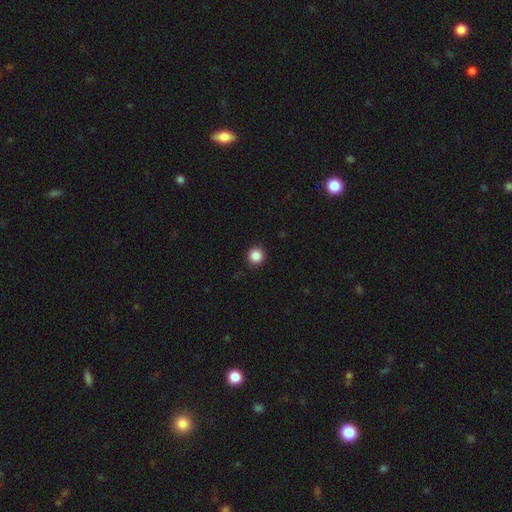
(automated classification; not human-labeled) Overall: smooth (86%). How rounded: round (95%). Merging: none (92%).